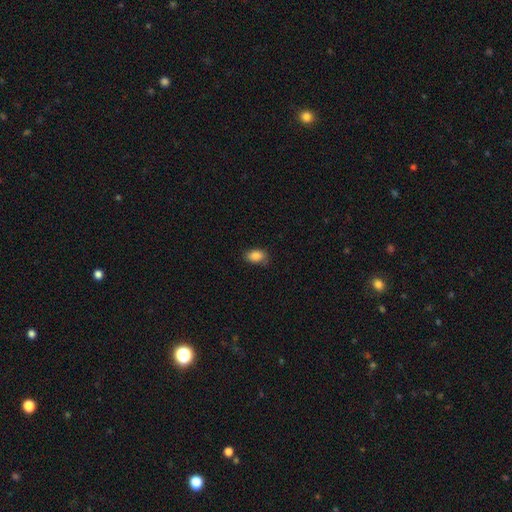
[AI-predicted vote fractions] Smooth or featured? Predicted: smooth (p=0.87). How rounded? Predicted: in between (p=0.85). Merging? Predicted: none (p=0.77).